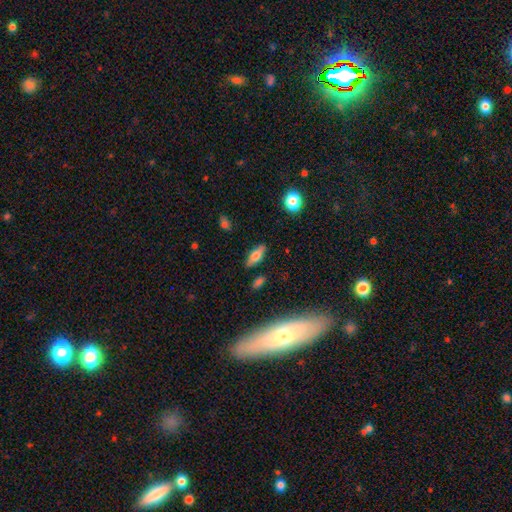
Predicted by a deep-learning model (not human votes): smooth 60%, featured or disk 31%, star or artifact 9%. Down the decision tree: how rounded — in between (68%); merging — none (86%).